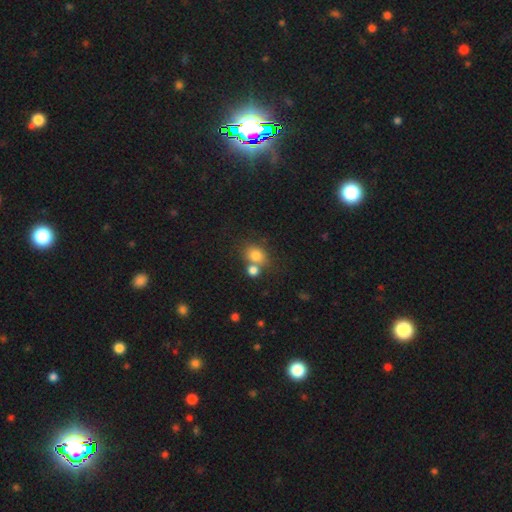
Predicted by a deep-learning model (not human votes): smooth-or-featured: smooth: 79% | star or artifact: 12% | featured or disk: 9%
  how-rounded: round: 59% | in between: 40% | cigar-shaped: 1%
  merging: none: 49% | merger: 36% | minor disturbance: 11% | major disturbance: 4%